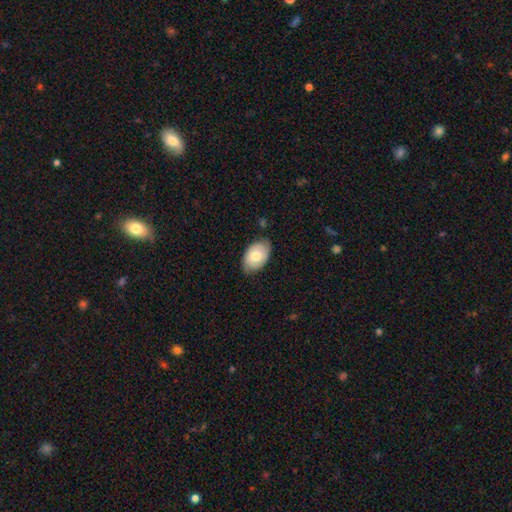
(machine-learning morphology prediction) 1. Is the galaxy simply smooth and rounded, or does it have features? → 69% smooth, 25% featured or disk, 6% star or artifact.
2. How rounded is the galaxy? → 90% in between, 9% round, 1% cigar-shaped.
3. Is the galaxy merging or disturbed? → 74% none, 21% minor disturbance, 3% major disturbance, 1% merger.